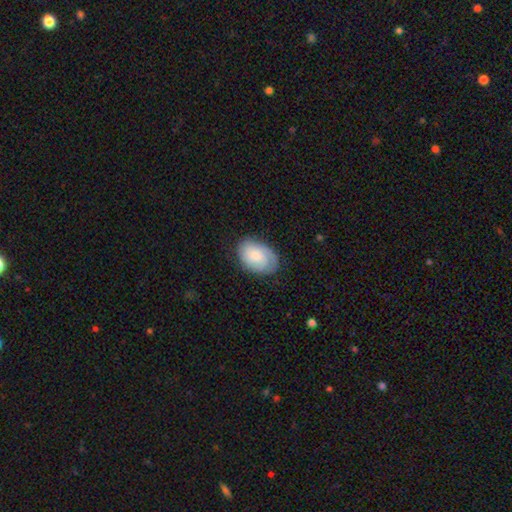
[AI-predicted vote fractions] A smooth galaxy with no disk features (59%) that is in between round and cigar-shaped (85%).

Vote fractions:
- Smooth or featured? smooth: 59% / featured or disk: 34% / star or artifact: 7%
- How rounded? in between: 85% / round: 13% / cigar-shaped: 1%
- Merging? none: 76% / minor disturbance: 18% / major disturbance: 5% / merger: 1%